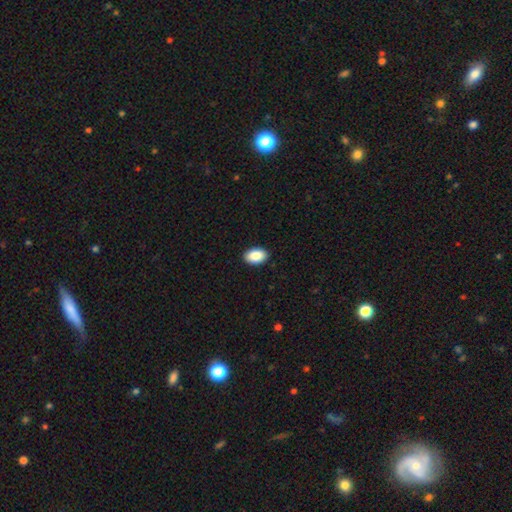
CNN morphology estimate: Smooth or featured?
  - smooth: 88% *
  - star or artifact: 7%
  - featured or disk: 5%
How rounded?
  - in between: 90% *
  - round: 9%
  - cigar-shaped: 1%
Merging?
  - none: 91% *
  - minor disturbance: 6%
  - major disturbance: 2%
  - merger: 1%